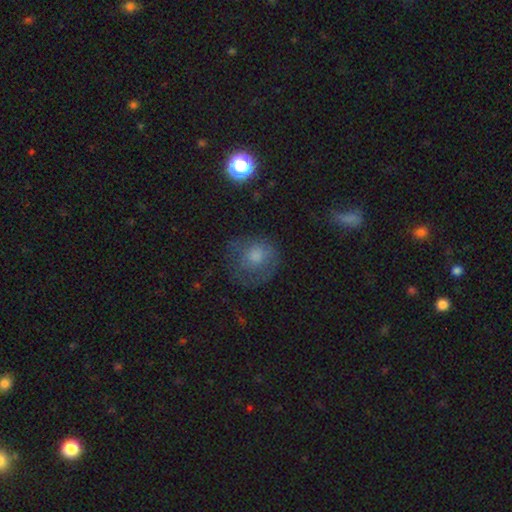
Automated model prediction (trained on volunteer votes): Overall: smooth (60%; featured or disk 26%). How rounded: round (82%). Merging: none (62%).